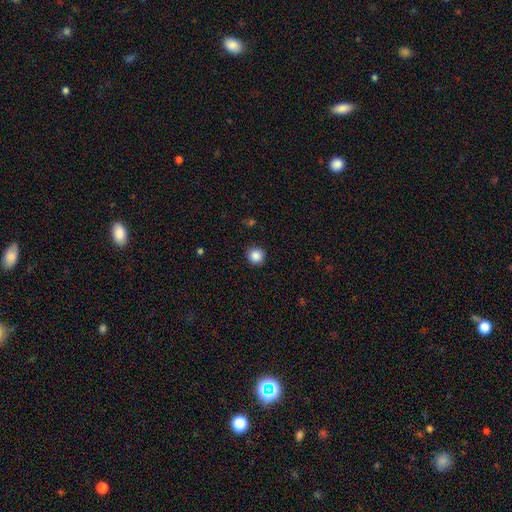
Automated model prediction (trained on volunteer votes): smooth-or-featured: smooth: 87% | star or artifact: 10% | featured or disk: 3%
  how-rounded: round: 94% | in between: 5% | cigar-shaped: 1%
  merging: none: 91% | minor disturbance: 6% | major disturbance: 2% | merger: 1%